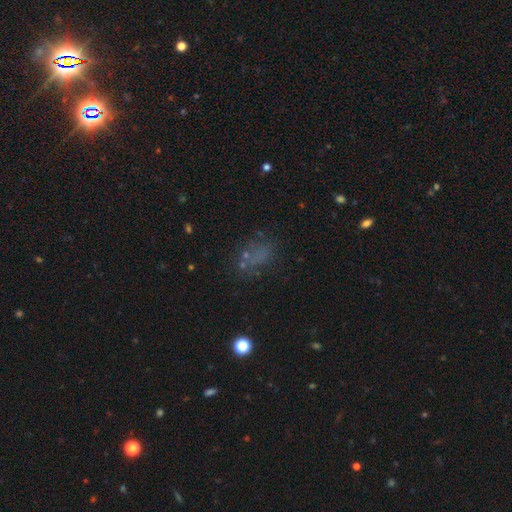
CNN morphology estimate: This appears to be a smooth galaxy with no disk features (47%). Merging: none (56%).